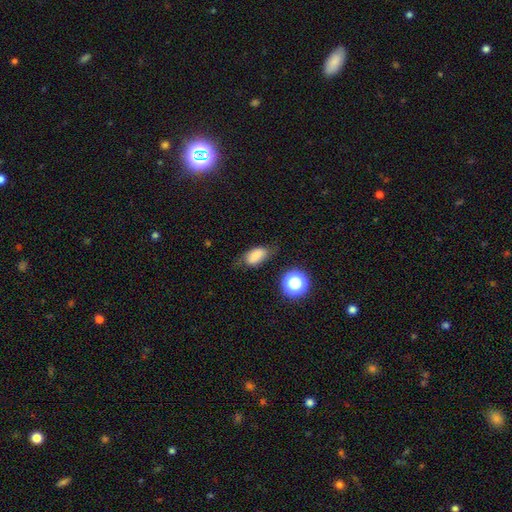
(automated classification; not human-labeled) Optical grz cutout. It shows a smooth galaxy with no disk features (77%) that is in between round and cigar-shaped (86%). Merging: none (58%).